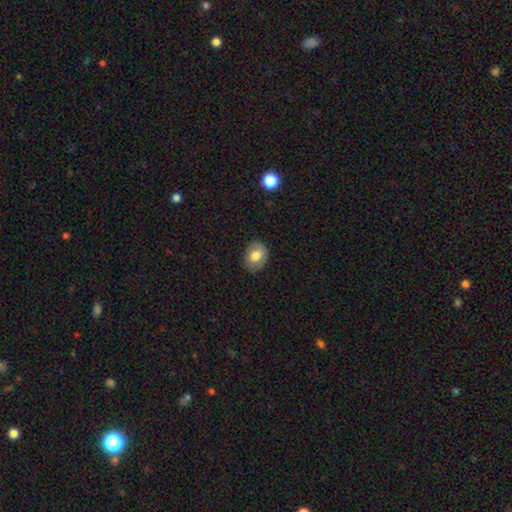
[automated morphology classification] Smooth or featured: smooth — 74% (featured or disk — 18%)
How rounded: in between — 60% (round — 39%)
Merging: none — 85% (minor disturbance — 11%)